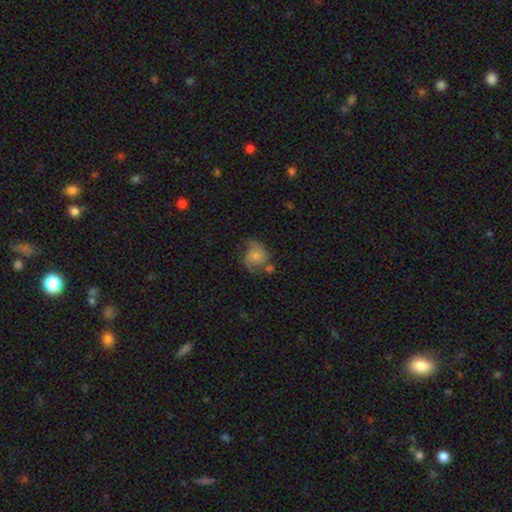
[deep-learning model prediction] Smooth or featured? Predicted: featured or disk (p=0.61). Edge-on disk? Predicted: no (p=0.98). Bar? Predicted: no (p=0.76). Spiral arms? Predicted: yes (p=0.86). Spiral winding? Predicted: medium (p=0.47). Spiral arm count? Predicted: 2 (p=0.63). Bulge size? Predicted: small (p=0.58). Merging? Predicted: none (p=0.45).